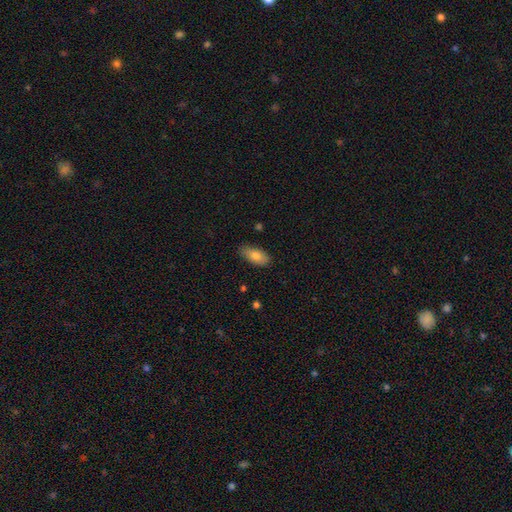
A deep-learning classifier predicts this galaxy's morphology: This is clearly a smooth galaxy (82%). How rounded: clearly in between (90%). Merging: clearly none (83%).